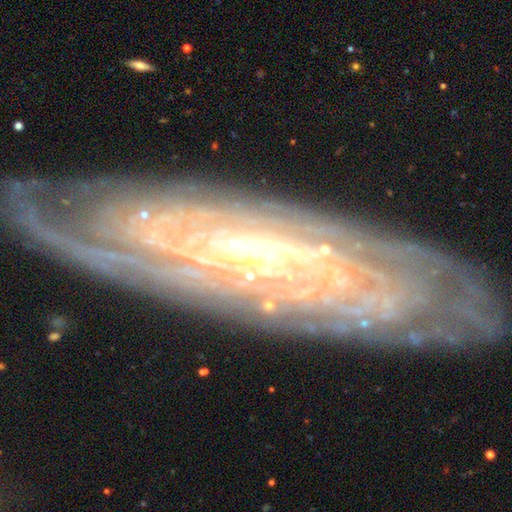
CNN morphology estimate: A featured or disk galaxy (87%) with no bar (41%), tight (83%) spiral arms (97%) and a small central bulge (50%).

Vote fractions:
- Smooth or featured? featured or disk: 87% / star or artifact: 7% / smooth: 6%
- Edge-on disk? no: 78% / yes: 22%
- Bar? no: 41% / weak: 35% / strong: 24%
- Spiral arms? yes: 97% / no: 3%
- Spiral winding? tight: 83% / medium: 15% / loose: 3%
- Spiral arm count? can't tell: 41% / more than 4: 18% / 4: 13% / 2: 11% / 3: 11% / 1: 6%
- Bulge size? small: 50% / moderate: 43% / large: 4% / none: 1% / dominant: 1%
- Merging? none: 82% / minor disturbance: 13% / major disturbance: 4% / merger: 1%